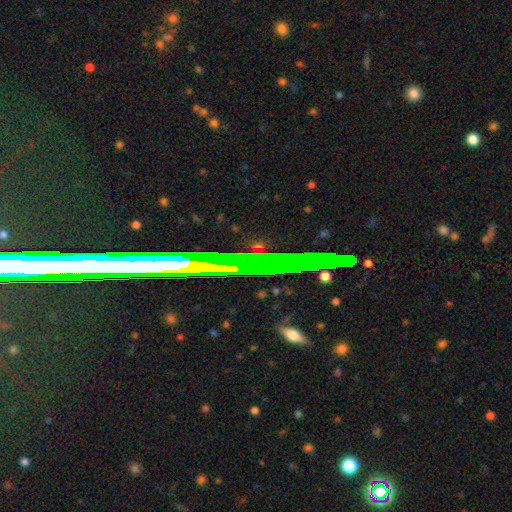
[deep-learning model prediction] This is possibly a star or artifact rather than a galaxy (51%).